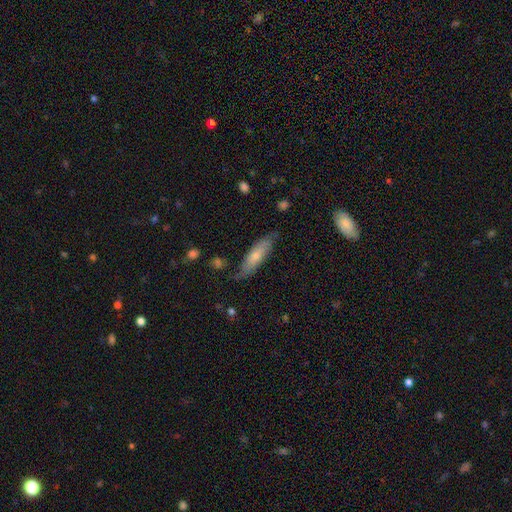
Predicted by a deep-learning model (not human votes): Smooth or featured? Predicted: smooth (p=0.61). How rounded? Predicted: cigar-shaped (p=0.57). Merging? Predicted: none (p=0.70).